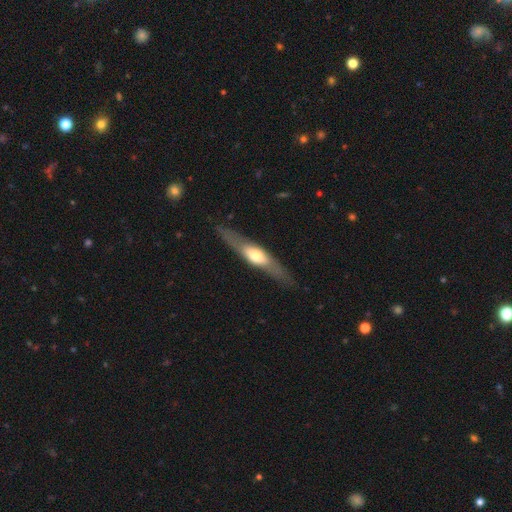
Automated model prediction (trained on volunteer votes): Overall: featured or disk (58%; smooth 37%). Edge-on disk: yes (78%). Merging: none (83%).